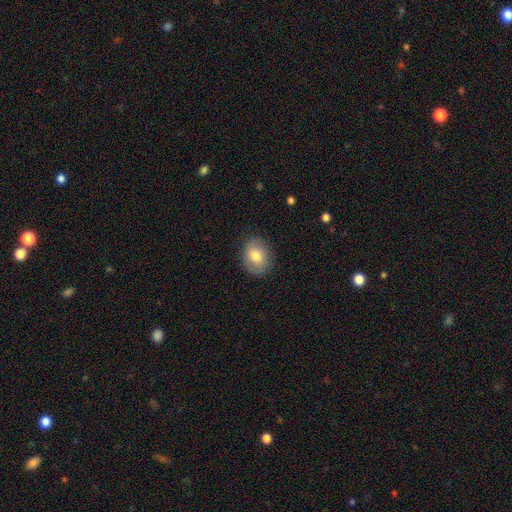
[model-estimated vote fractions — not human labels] A smooth galaxy with no disk features (78%) that is in between round and cigar-shaped (57%). Merging: none (86%).